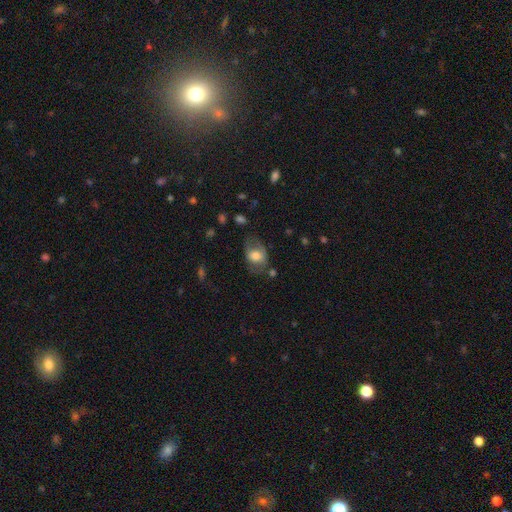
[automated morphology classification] Smooth or featured: smooth — 62% (featured or disk — 30%)
How rounded: in between — 73% (round — 26%)
Merging: none — 52% (minor disturbance — 27%)